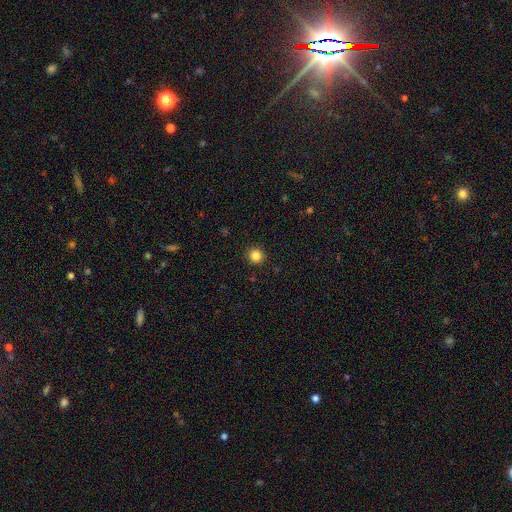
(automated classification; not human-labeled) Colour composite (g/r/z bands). It shows a smooth galaxy with no disk features (84%) that is round (95%). Merging: none (93%).